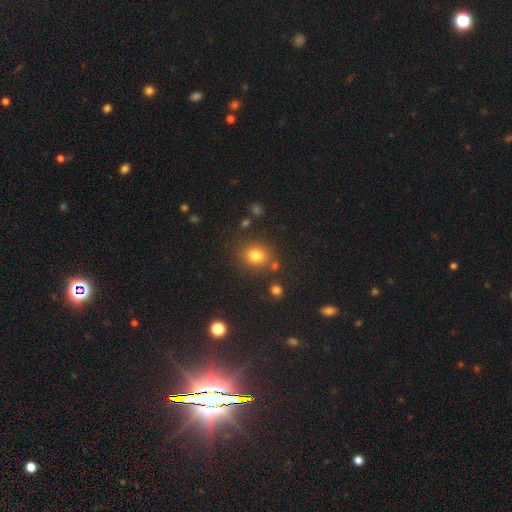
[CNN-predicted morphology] Smooth or featured? smooth (78%)
How rounded? round (67%)
Merging? none (78%)